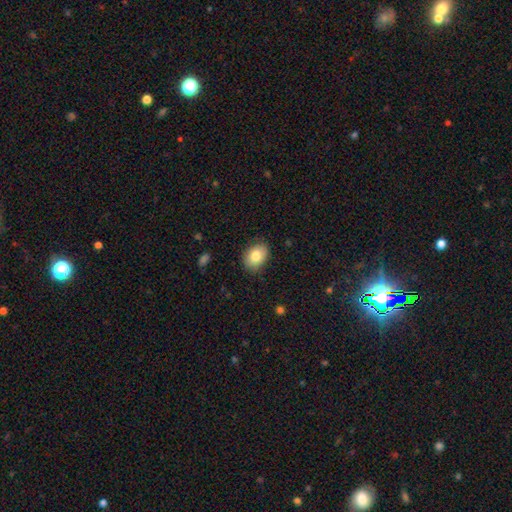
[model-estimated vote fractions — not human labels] Morphology: type=smooth (80%); roundness=in between (75%); merging=none (84%).